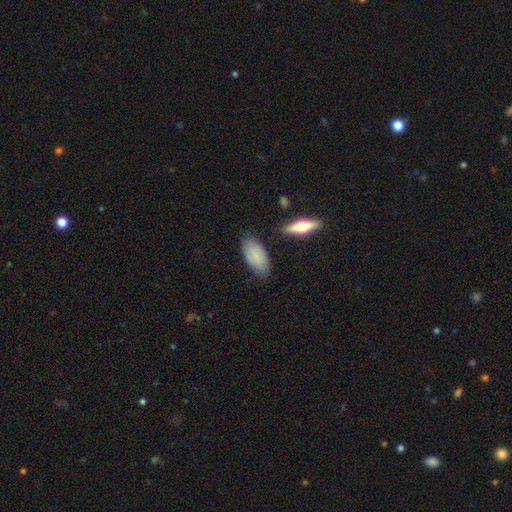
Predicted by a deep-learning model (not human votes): Morphology: type=smooth (82%); roundness=in between (93%); merging=none (76%).